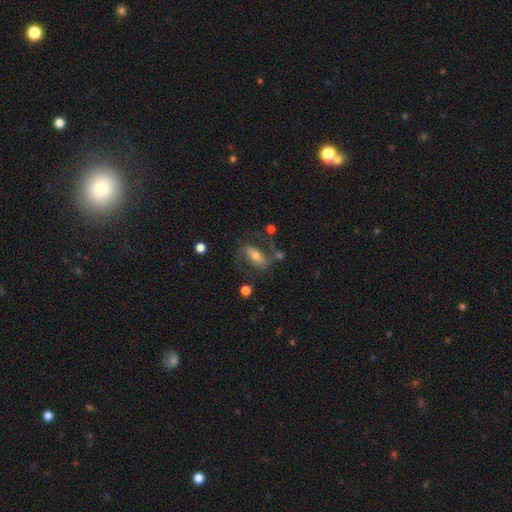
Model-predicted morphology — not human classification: Smooth or featured? featured or disk (62%)
Edge-on disk? no (92%)
Bar? strong (43%)
Spiral arms? yes (80%)
Bulge size? moderate (64%)
Merging? none (59%)